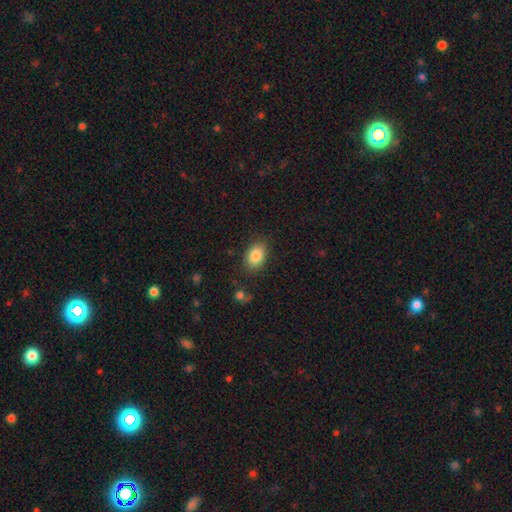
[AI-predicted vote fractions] Smooth or featured: smooth — 85% (star or artifact — 8%)
How rounded: in between — 84% (round — 15%)
Merging: none — 83% (minor disturbance — 12%)